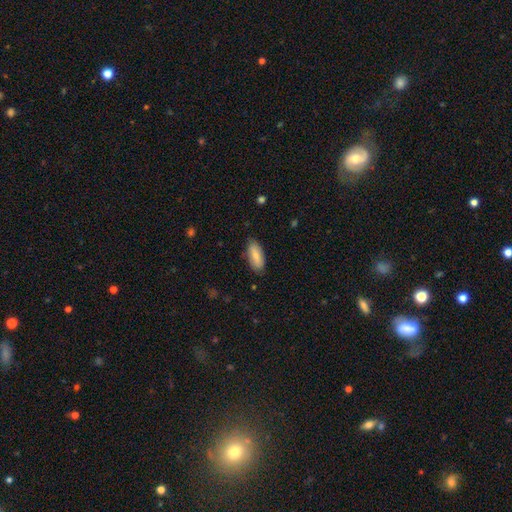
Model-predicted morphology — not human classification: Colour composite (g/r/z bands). It shows a smooth galaxy with no disk features (80%) that is in between round and cigar-shaped (82%). Merging: none (82%).